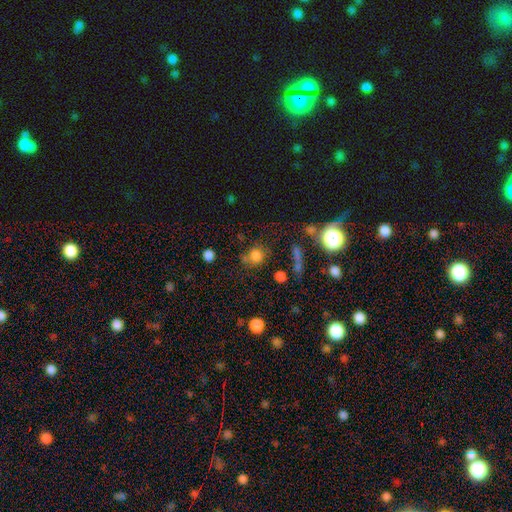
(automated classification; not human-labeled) Smooth or featured? smooth (74%)
How rounded? round (80%)
Merging? none (62%)